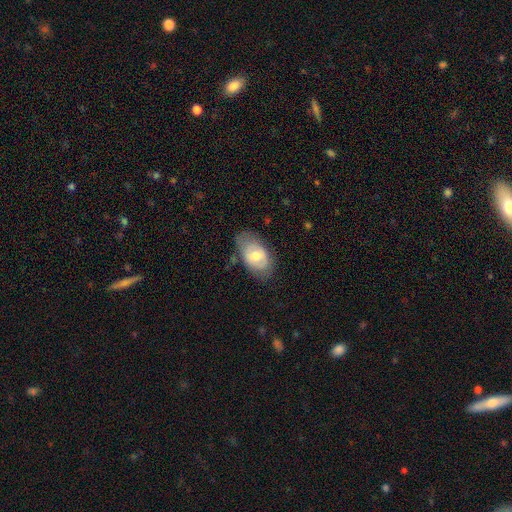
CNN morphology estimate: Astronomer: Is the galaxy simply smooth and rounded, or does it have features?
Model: smooth — 55% (runner-up: featured or disk, 39%).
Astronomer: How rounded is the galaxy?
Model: in between — 90%.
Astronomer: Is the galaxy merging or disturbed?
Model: none — 61%.